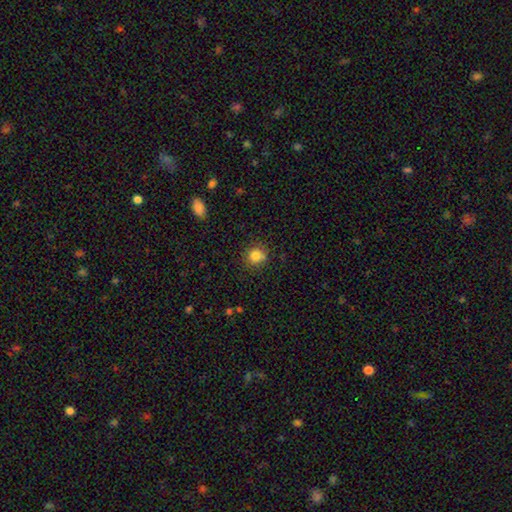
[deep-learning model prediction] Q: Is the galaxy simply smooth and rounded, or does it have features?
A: smooth — 82%.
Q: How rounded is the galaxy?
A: round — 88%.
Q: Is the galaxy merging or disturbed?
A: none — 81%.